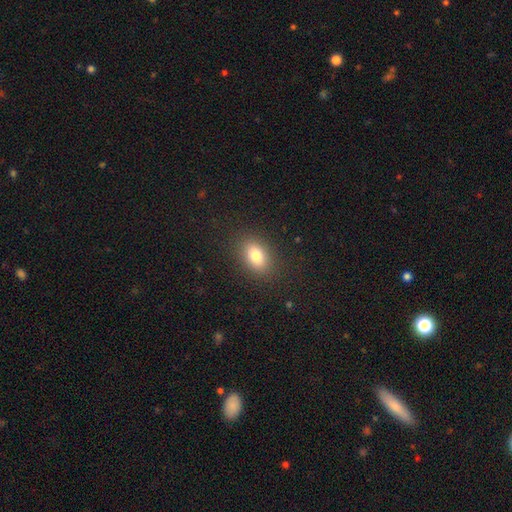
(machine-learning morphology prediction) Smooth or featured? Predicted: smooth (p=0.80). How rounded? Predicted: in between (p=0.83). Merging? Predicted: none (p=0.87).